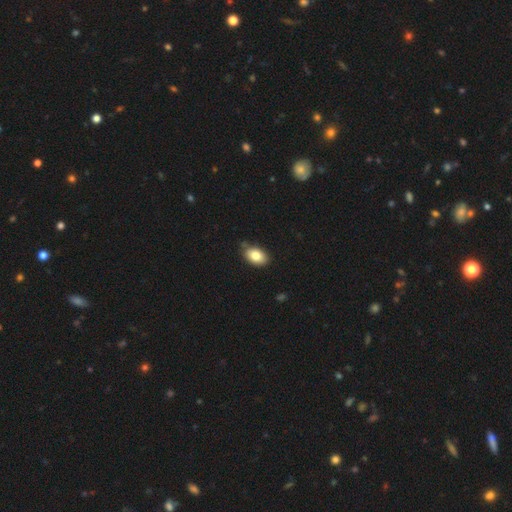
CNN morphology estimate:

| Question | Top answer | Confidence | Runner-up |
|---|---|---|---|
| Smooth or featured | smooth | 84% | featured or disk (8%) |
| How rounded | in between | 90% | round (9%) |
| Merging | none | 78% | minor disturbance (17%) |